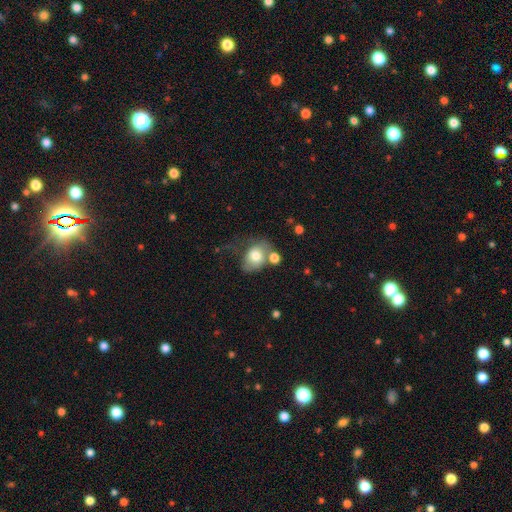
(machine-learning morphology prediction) This is likely a smooth galaxy (73%). How rounded: likely in between (63%). Merging: marginally none (35%).